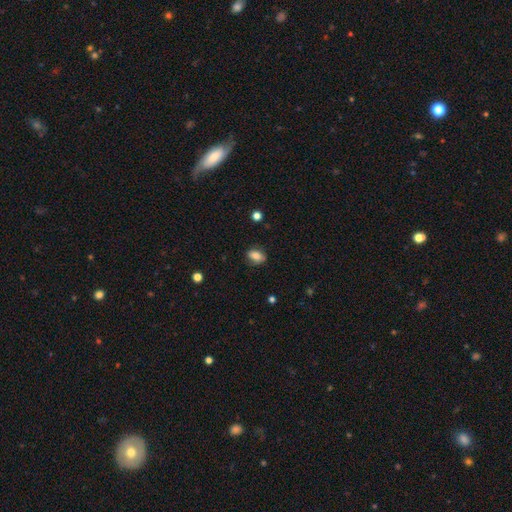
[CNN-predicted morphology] smooth 77%, featured or disk 14%, star or artifact 9%. Down the decision tree: how rounded — in between (78%); merging — none (80%).